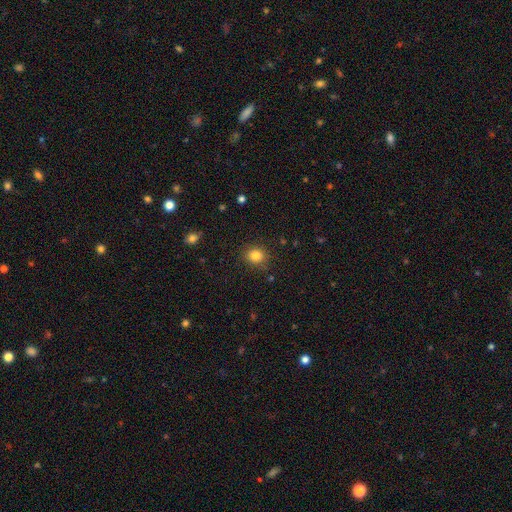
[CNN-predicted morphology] This appears to be a smooth galaxy with no disk features (83%) that is round (75%). Merging: none (87%).